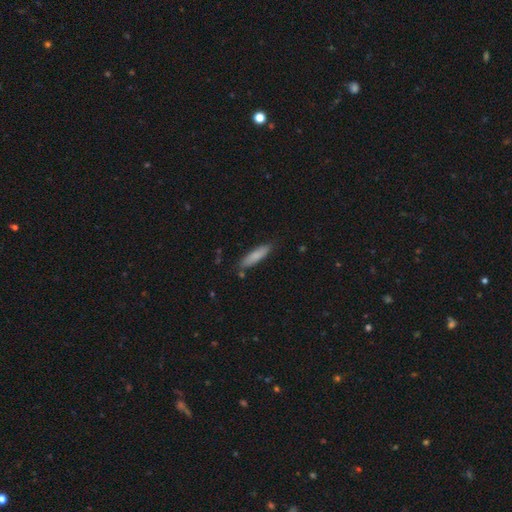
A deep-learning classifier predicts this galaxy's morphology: This is clearly a smooth galaxy (82%). How rounded: likely cigar-shaped (76%). Merging: clearly none (82%).